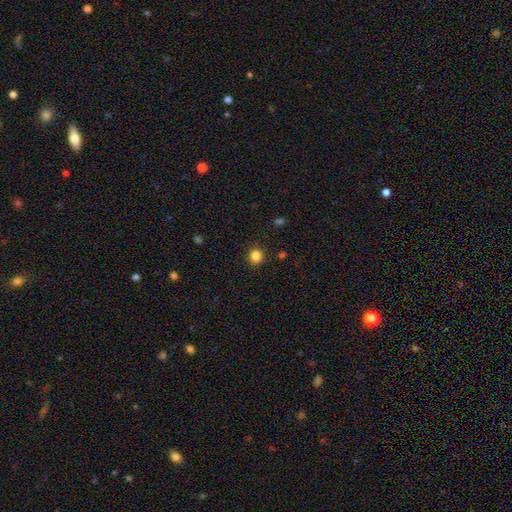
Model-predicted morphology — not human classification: The model was most divided on "smooth or featured": smooth: 84%, star or artifact: 12%, featured or disk: 4%. More confident: merging — none (91%); how rounded — round (89%).